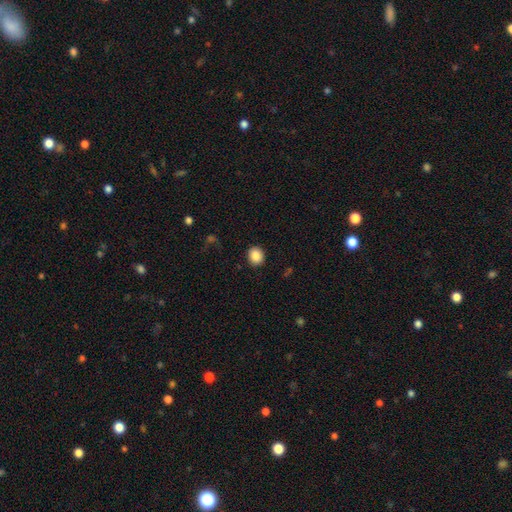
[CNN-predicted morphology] Overall: smooth (87%). How rounded: round (72%). Merging: none (90%).